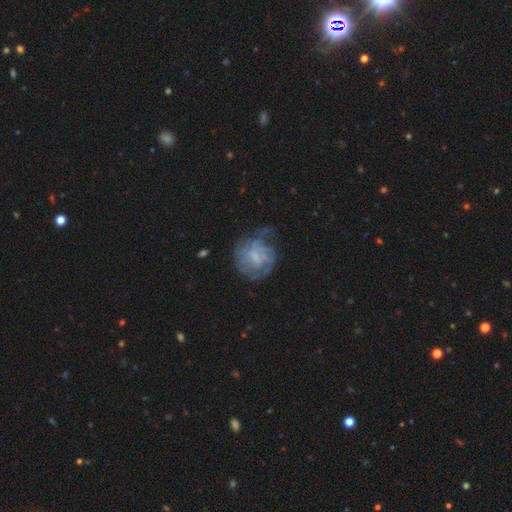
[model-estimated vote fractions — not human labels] Smooth or featured?
  - featured or disk: 61% *
  - smooth: 30%
  - star or artifact: 9%
Edge-on disk?
  - no: 97% *
  - yes: 3%
Bar?
  - no: 46% *
  - weak: 45%
  - strong: 9%
Spiral arms?
  - yes: 67% *
  - no: 33%
Bulge size?
  - none: 39% *
  - small: 31%
  - moderate: 24%
  - large: 4%
  - dominant: 1%
Merging?
  - none: 49% *
  - minor disturbance: 25%
  - major disturbance: 23%
  - merger: 2%